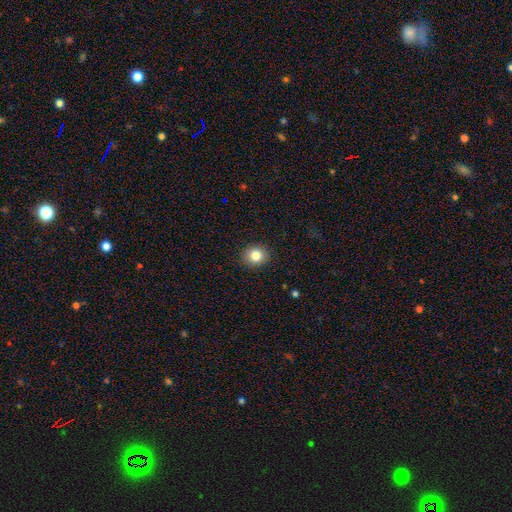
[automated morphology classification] type=smooth (83%); roundness=round (77%); merging=none (91%).